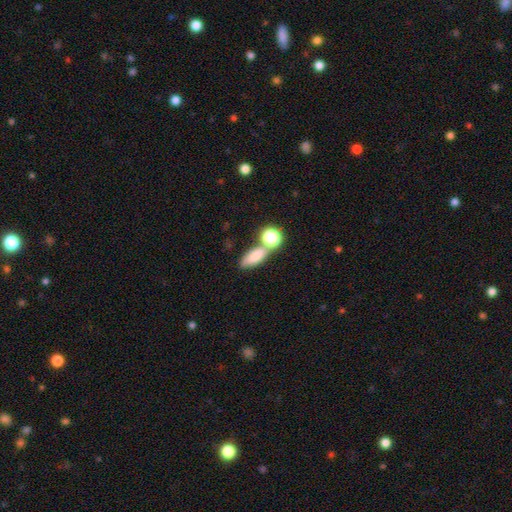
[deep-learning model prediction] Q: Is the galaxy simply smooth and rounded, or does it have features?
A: smooth — 78%.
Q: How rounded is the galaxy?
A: in between — 70%.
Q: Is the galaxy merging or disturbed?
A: none — 51%.